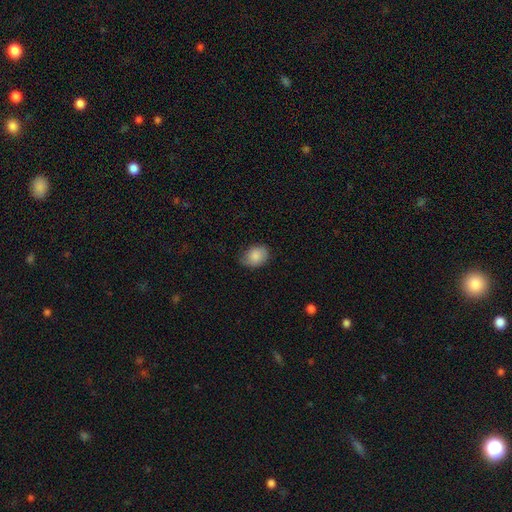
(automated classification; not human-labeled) Smooth or featured? smooth (84%)
How rounded? in between (62%)
Merging? none (66%)